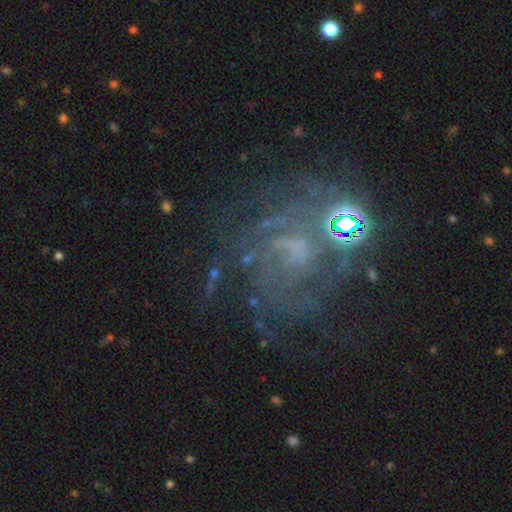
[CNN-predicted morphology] This appears to be a featured or disk galaxy (70%) with no bar (59%), tight (46%) spiral arms (84%) and a small central bulge (43%). Merging: none (61%).